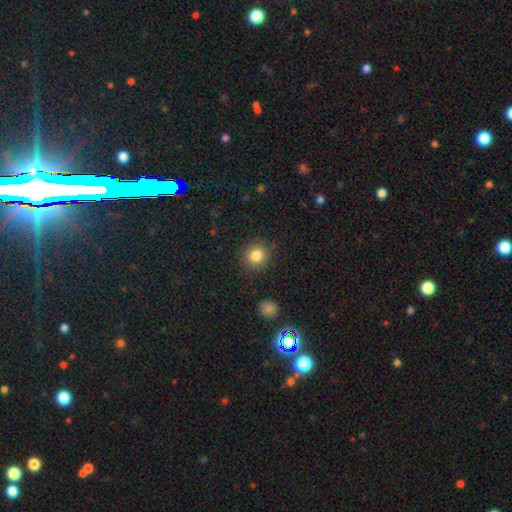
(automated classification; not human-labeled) Smooth or featured: smooth — 84% (star or artifact — 10%)
How rounded: round — 86% (in between — 13%)
Merging: none — 87% (minor disturbance — 8%)